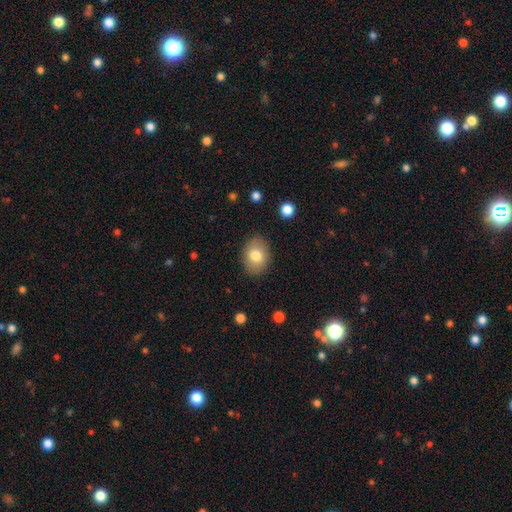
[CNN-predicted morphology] type=smooth (78%); roundness=in between (63%); merging=none (85%).